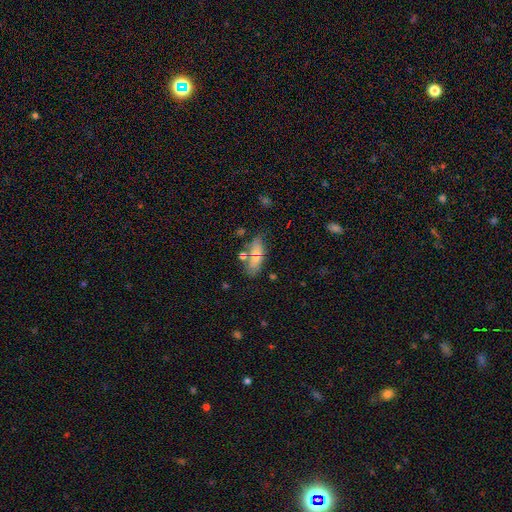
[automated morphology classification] smooth_or_featured: smooth (p=0.73) [alt: featured or disk p=0.19]
how_rounded: in between (p=0.62) [alt: cigar-shaped p=0.35]
merging: none (p=0.64) [alt: minor disturbance p=0.20]